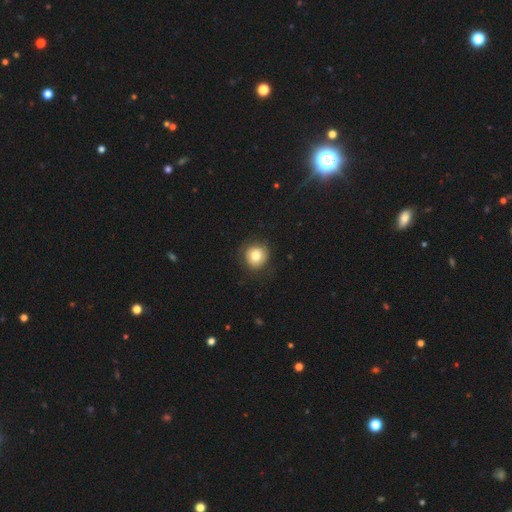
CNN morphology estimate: Smooth or featured: smooth — 79% (featured or disk — 12%)
How rounded: round — 89% (in between — 10%)
Merging: none — 81% (minor disturbance — 13%)